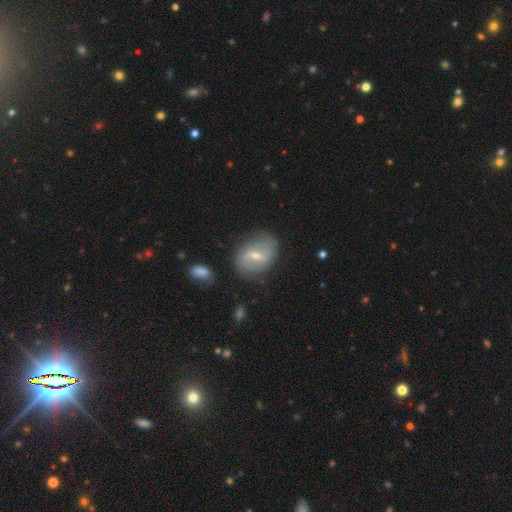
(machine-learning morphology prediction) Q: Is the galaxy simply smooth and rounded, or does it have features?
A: featured or disk — 73%.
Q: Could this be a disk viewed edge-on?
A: no — 96%.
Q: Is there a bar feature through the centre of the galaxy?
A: weak — 53%.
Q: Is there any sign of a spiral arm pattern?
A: yes — 80%.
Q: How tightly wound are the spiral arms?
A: loose — 43%.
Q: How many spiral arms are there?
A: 2 — 80%.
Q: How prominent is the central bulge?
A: small — 49%.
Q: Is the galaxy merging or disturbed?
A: none — 77%.